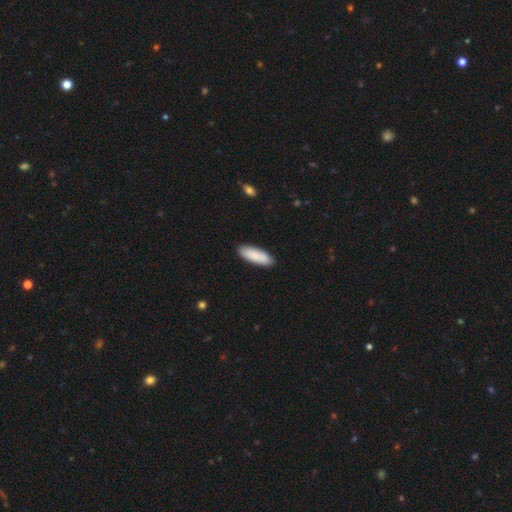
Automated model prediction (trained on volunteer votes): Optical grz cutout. It shows a smooth galaxy with no disk features (88%) that is in between round and cigar-shaped (62%). Merging: none (89%).